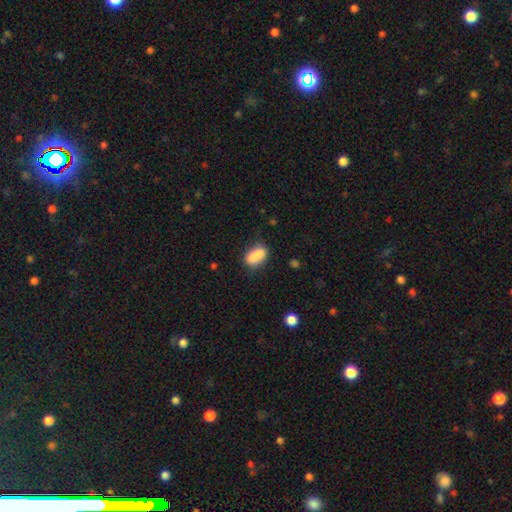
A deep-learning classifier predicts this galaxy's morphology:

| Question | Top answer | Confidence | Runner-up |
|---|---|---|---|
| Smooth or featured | smooth | 87% | star or artifact (8%) |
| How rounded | in between | 85% | cigar-shaped (10%) |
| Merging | none | 76% | minor disturbance (17%) |